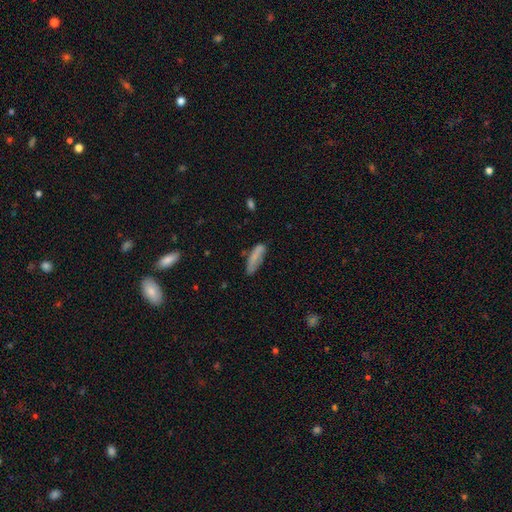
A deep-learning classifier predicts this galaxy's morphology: Smooth or featured? smooth (76%)
How rounded? cigar-shaped (60%)
Merging? none (66%)